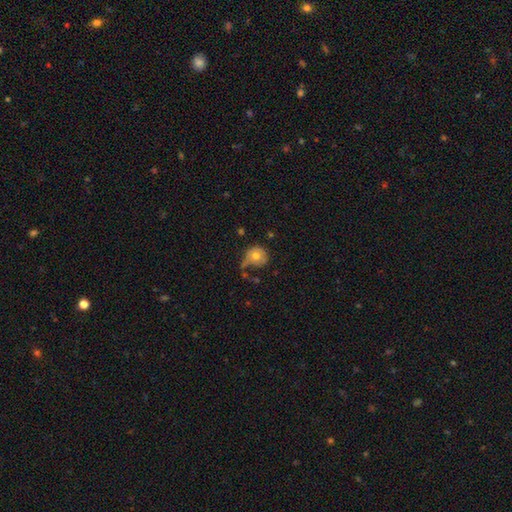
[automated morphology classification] smooth_or_featured: smooth (p=0.68) [alt: featured or disk p=0.23]
how_rounded: round (p=0.81) [alt: in between p=0.18]
merging: none (p=0.38) [alt: minor disturbance p=0.28]